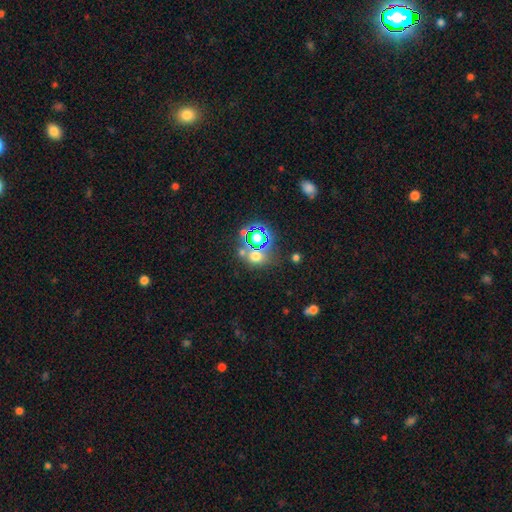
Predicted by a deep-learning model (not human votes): smooth 52%, star or artifact 39%, featured or disk 9%. Down the decision tree: how rounded — round (74%); merging — none (65%).